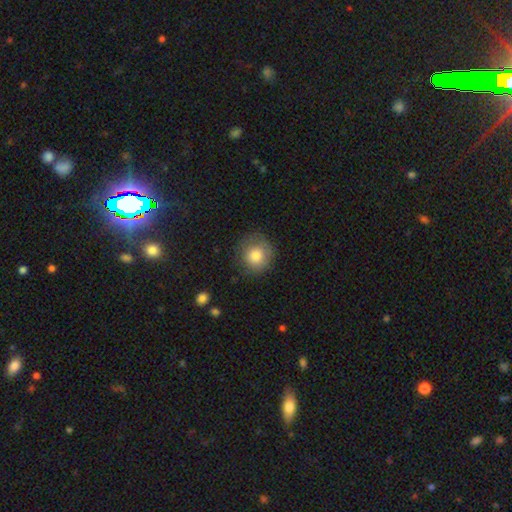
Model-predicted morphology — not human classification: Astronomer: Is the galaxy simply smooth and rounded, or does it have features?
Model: smooth — 79%.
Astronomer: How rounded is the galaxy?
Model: round — 90%.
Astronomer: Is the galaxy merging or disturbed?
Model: none — 75%.